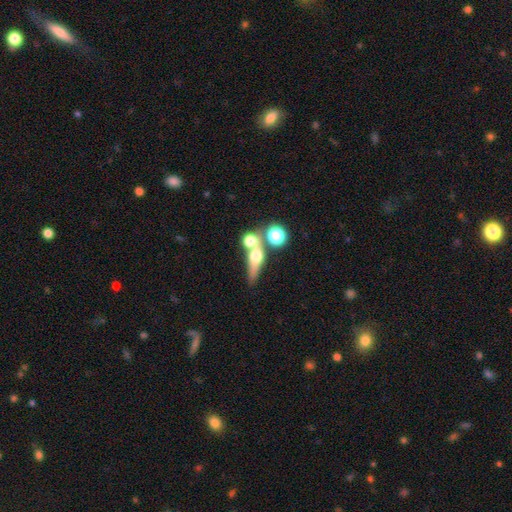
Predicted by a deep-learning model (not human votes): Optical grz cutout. It shows a smooth galaxy with no disk features (49%). Merging: none (43%).